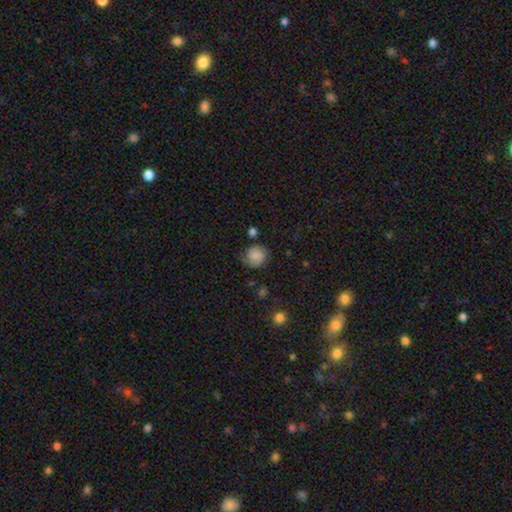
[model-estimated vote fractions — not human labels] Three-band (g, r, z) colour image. It shows a smooth galaxy with no disk features (64%) that is round (82%). Merging: none (74%).